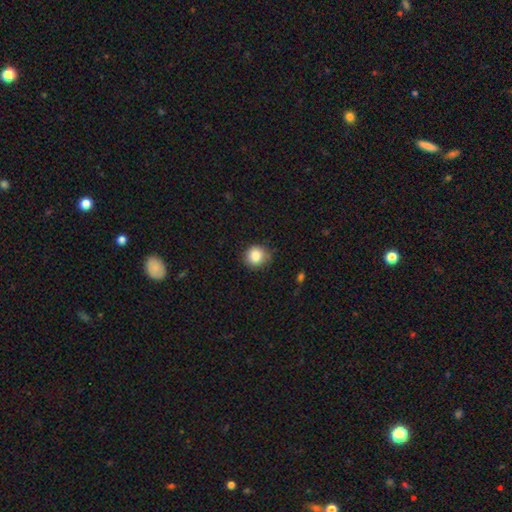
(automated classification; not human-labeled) Smooth or featured? Predicted: smooth (p=0.86). How rounded? Predicted: round (p=0.87). Merging? Predicted: none (p=0.78).